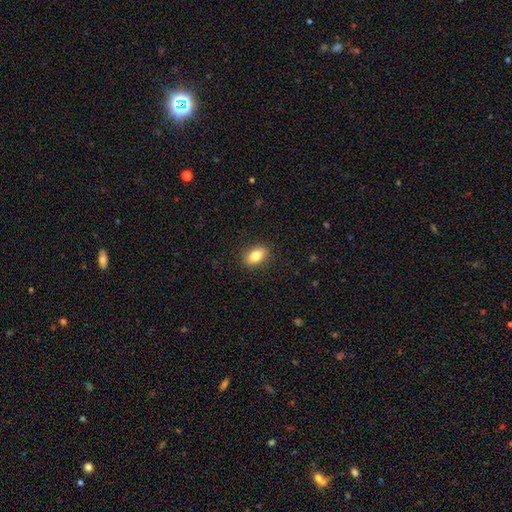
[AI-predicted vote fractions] A smooth galaxy with no disk features (84%) that is in between round and cigar-shaped (86%). Merging: none (88%).